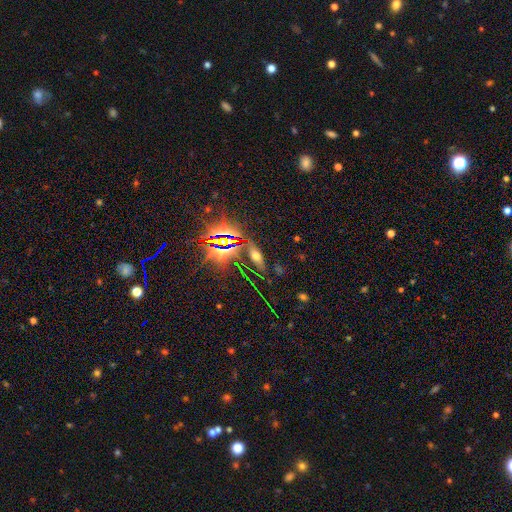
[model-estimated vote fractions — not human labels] smooth_or_featured: smooth (p=0.40) [alt: star or artifact p=0.38]
merging: none (p=0.79) [alt: minor disturbance p=0.12]